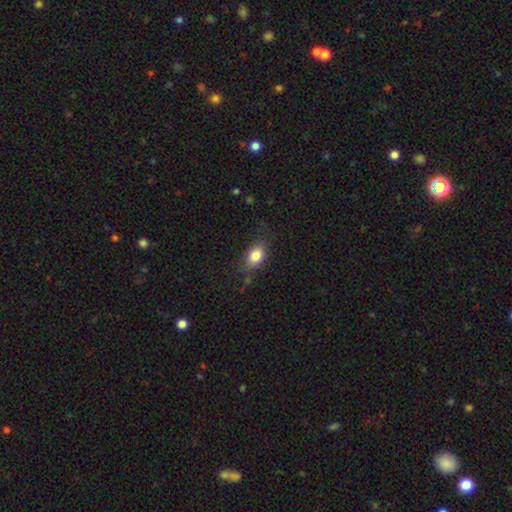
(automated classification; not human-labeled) Smooth or featured? smooth (81%)
How rounded? in between (79%)
Merging? none (74%)